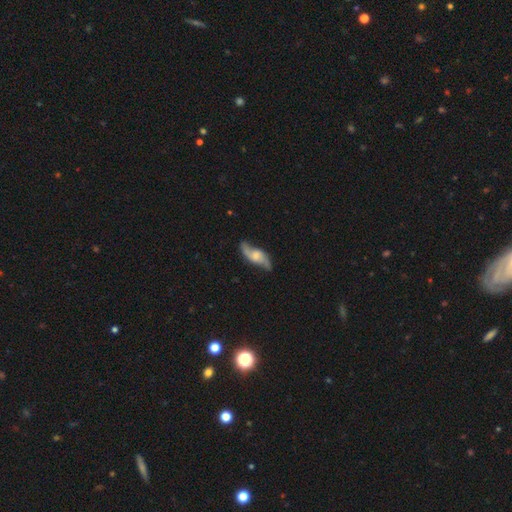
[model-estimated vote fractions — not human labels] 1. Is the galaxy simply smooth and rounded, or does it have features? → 75% featured or disk, 19% smooth, 6% star or artifact.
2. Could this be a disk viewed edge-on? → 88% no, 12% yes.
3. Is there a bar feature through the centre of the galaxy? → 56% no, 36% weak, 8% strong.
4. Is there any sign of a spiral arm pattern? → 94% yes, 6% no.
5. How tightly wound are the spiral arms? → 66% loose, 26% medium, 8% tight.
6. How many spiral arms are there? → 91% 2, 4% can't tell, 2% 1, 1% 3, 1% 4, 1% more than 4.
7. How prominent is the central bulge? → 39% moderate, 30% small, 16% none, 13% large, 2% dominant.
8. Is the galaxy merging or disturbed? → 74% none, 18% minor disturbance, 6% major disturbance, 2% merger.